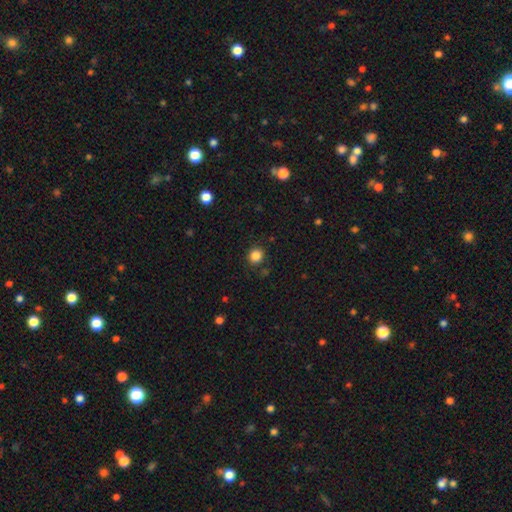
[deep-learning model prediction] smooth 85%, star or artifact 12%, featured or disk 4%. Down the decision tree: how rounded — round (88%); merging — none (88%).